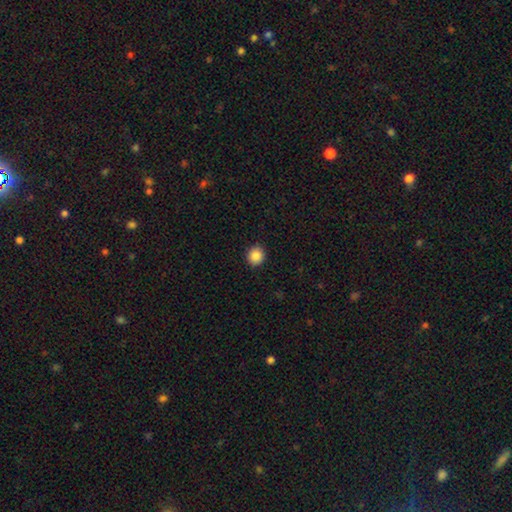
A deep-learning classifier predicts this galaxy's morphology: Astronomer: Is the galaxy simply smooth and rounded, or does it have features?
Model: smooth — 87%.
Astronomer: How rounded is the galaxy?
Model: round — 84%.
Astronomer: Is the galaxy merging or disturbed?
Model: none — 91%.